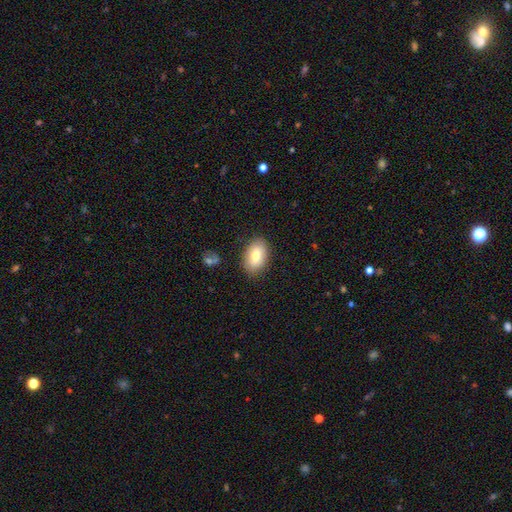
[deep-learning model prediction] This is likely a smooth galaxy (76%). How rounded: clearly in between (91%). Merging: clearly none (85%).